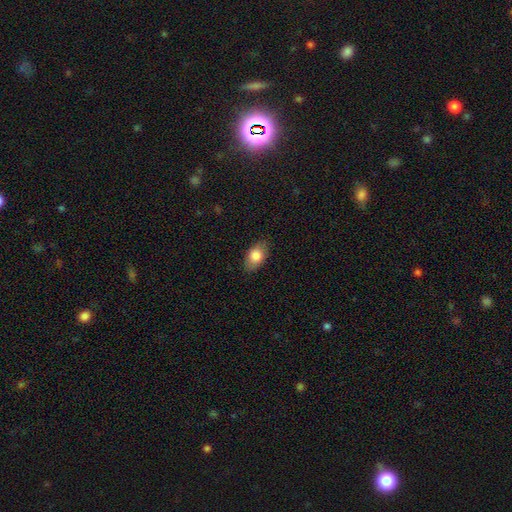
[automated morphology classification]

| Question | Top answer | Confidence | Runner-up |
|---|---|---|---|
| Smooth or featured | smooth | 81% | featured or disk (12%) |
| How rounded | in between | 89% | round (9%) |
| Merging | none | 83% | minor disturbance (13%) |